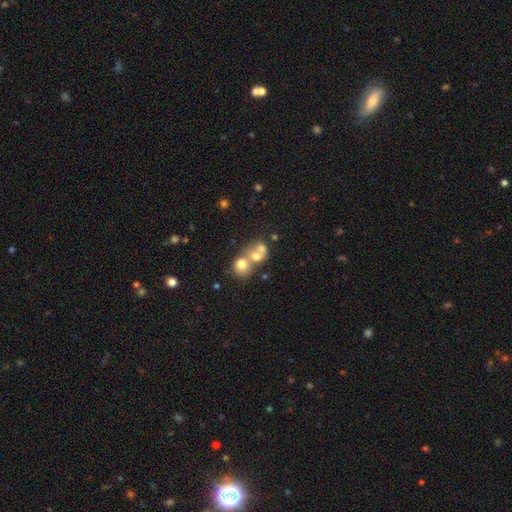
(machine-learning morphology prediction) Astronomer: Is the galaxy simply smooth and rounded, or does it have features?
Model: smooth — 63%.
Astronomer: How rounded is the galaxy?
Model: round — 71%.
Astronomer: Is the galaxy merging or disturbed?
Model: merger — 64%.